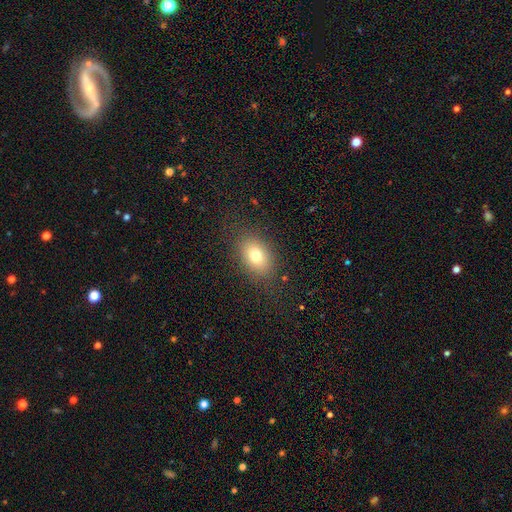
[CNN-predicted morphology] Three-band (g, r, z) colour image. It shows a smooth galaxy with no disk features (75%) that is in between round and cigar-shaped (80%). Merging: none (83%).